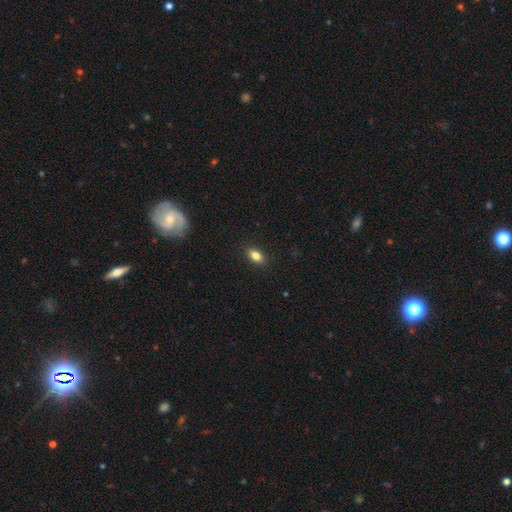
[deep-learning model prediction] smooth-or-featured: smooth: 82% | star or artifact: 9% | featured or disk: 9%
  how-rounded: in between: 86% | round: 9% | cigar-shaped: 5%
  merging: none: 89% | minor disturbance: 8% | major disturbance: 2% | merger: 1%